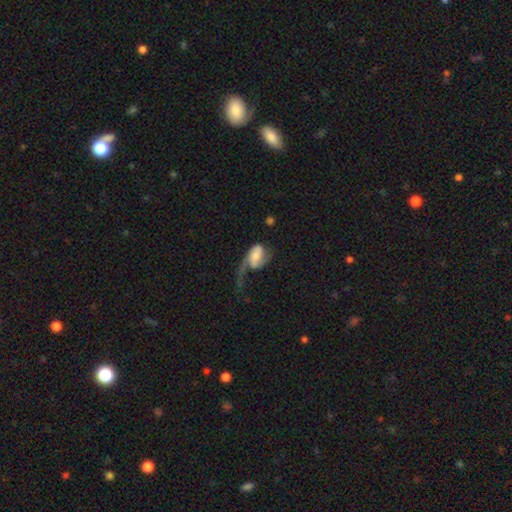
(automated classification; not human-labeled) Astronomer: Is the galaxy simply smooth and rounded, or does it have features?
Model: featured or disk — 60%.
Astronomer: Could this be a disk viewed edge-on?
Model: no — 97%.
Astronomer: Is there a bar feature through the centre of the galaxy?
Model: no — 55% (runner-up: weak, 33%).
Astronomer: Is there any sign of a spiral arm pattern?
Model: yes — 83%.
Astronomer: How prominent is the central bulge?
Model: moderate — 35%, tied with small at 35%.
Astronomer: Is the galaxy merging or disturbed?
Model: major disturbance — 59%.